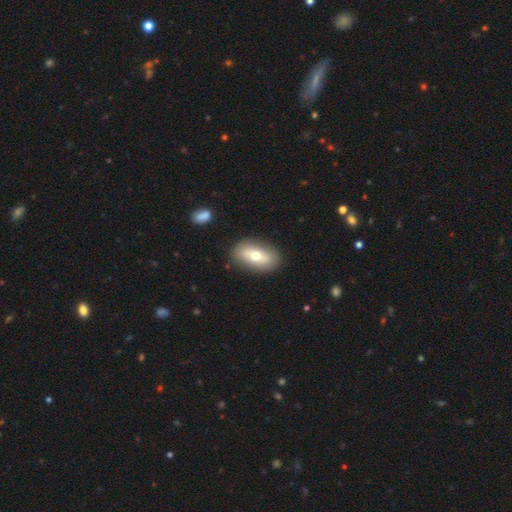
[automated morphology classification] Overall: smooth (62%; featured or disk 31%). How rounded: in between (88%). Merging: none (86%).